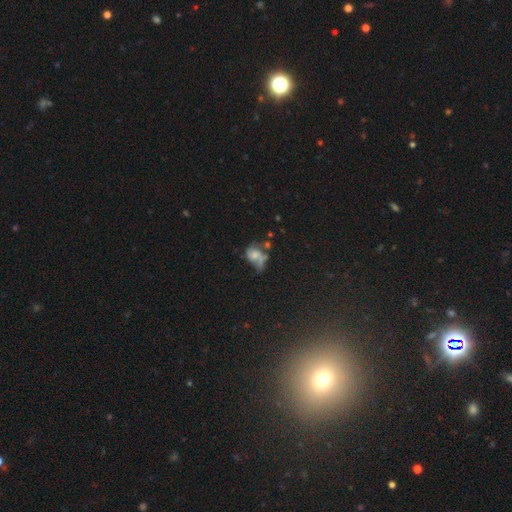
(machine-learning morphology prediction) type=featured or disk (50%); merging=major disturbance (34%).